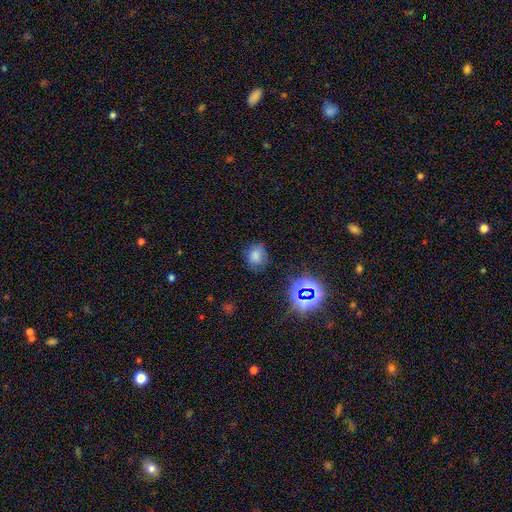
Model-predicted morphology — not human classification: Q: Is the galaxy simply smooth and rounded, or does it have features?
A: smooth — 72%.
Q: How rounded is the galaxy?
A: round — 57%.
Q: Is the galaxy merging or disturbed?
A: none — 71%.